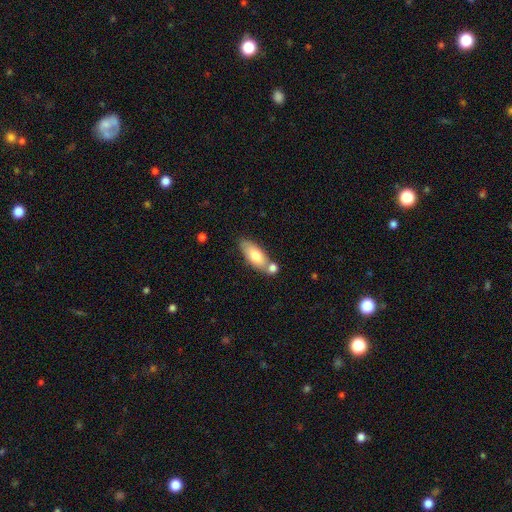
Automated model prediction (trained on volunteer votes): Smooth or featured? Predicted: smooth (p=0.72). How rounded? Predicted: in between (p=0.80). Merging? Predicted: none (p=0.54).